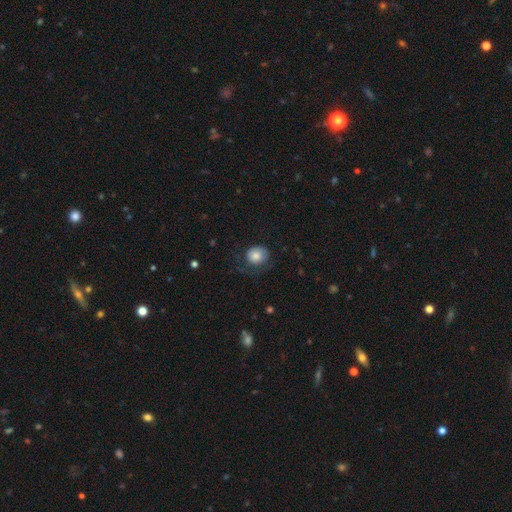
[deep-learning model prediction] A smooth galaxy with no disk features (75%) that is round (72%). Merging: none (50%).